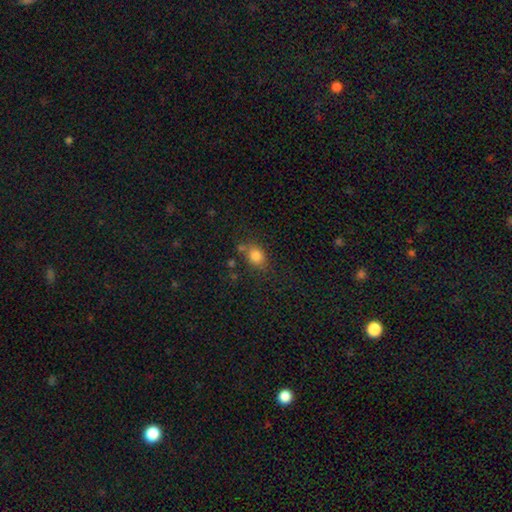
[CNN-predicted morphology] Overall: smooth (82%). How rounded: in between (50%; round 49%). Merging: none (65%).